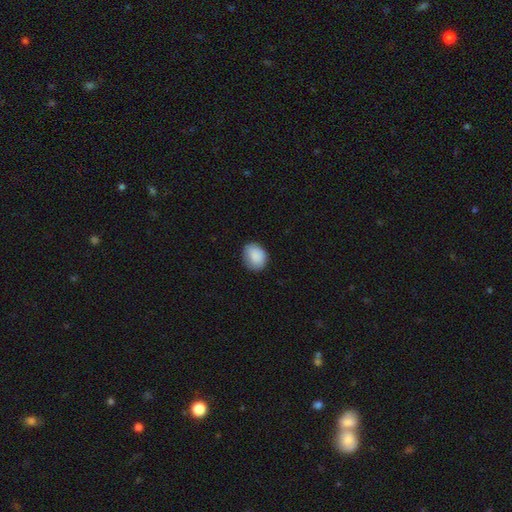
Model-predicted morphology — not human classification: A smooth galaxy with no disk features (88%) that is round (53%). Merging: none (78%).